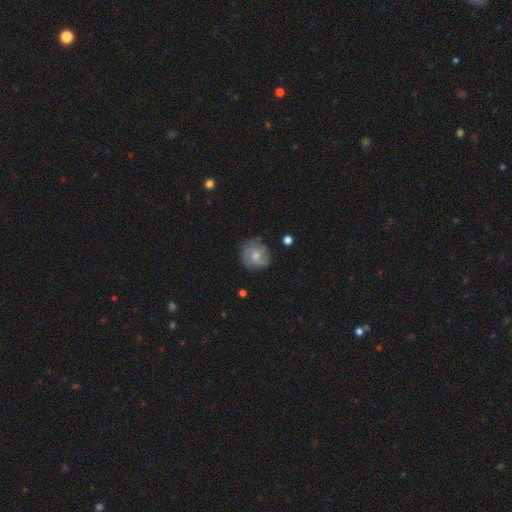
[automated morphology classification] Smooth or featured: featured or disk — 53% (smooth — 39%)
Edge-on disk: no — 97% (yes — 3%)
Bar: no — 57% (weak — 38%)
Spiral arms: yes — 77% (no — 23%)
Bulge size: moderate — 45% (tied with small — 45%)
Merging: none — 70% (minor disturbance — 20%)